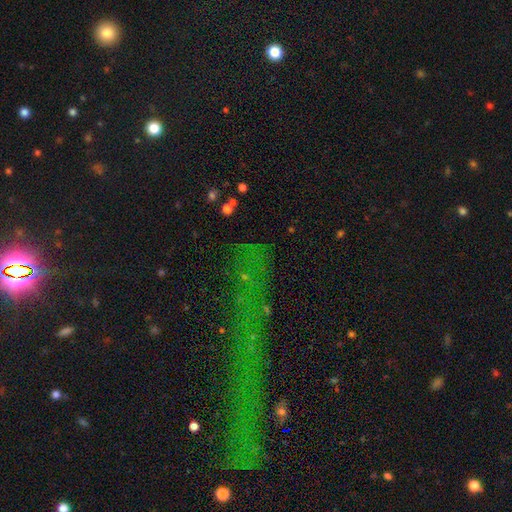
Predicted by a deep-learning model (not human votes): Smooth or featured?
  - star or artifact: 74% *
  - smooth: 15%
  - featured or disk: 11%